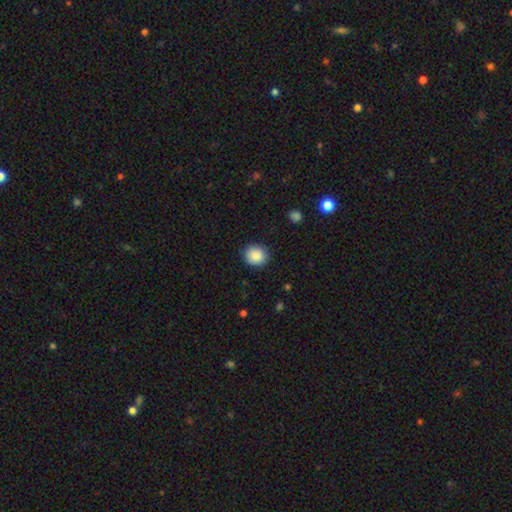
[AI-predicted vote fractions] A smooth galaxy with no disk features (88%) that is round (82%). Merging: none (89%).